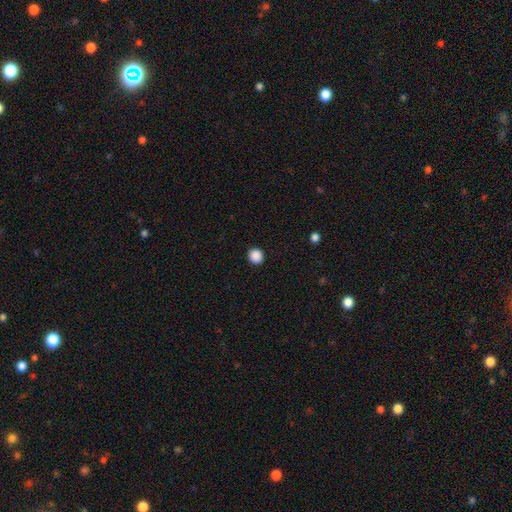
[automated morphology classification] smooth_or_featured: smooth (p=0.88) [alt: star or artifact p=0.09]
how_rounded: round (p=0.91) [alt: in between p=0.08]
merging: none (p=0.93) [alt: minor disturbance p=0.05]